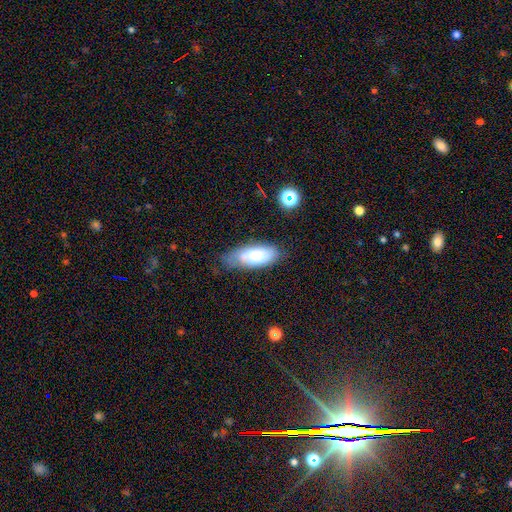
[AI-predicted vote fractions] Smooth or featured? smooth (71%)
How rounded? in between (81%)
Merging? none (63%)